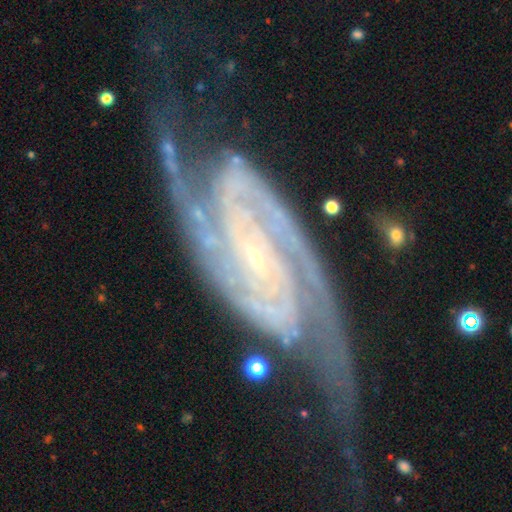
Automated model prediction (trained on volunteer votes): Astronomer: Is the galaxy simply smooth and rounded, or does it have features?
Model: featured or disk — 93%.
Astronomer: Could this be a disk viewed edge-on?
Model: no — 97%.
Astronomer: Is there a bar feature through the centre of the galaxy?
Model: no — 43% (runner-up: strong, 29%).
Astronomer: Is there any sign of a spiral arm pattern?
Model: yes — 99%.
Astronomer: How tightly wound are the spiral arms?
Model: tight — 48% (runner-up: medium, 42%).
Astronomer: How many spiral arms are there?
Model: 2 — 86%.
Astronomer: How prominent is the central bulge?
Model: small — 88%.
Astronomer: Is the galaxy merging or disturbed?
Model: none — 65%.